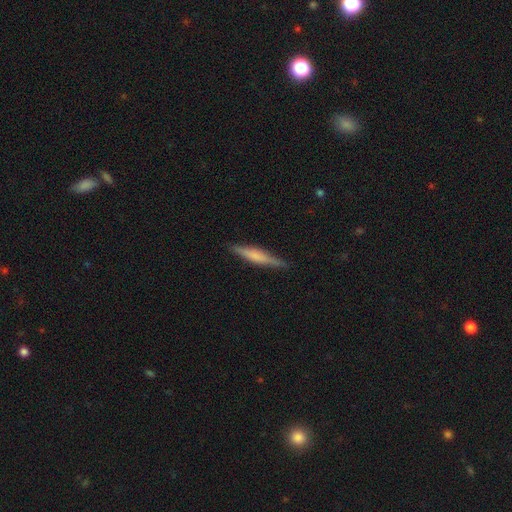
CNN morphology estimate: A featured or disk galaxy (49%).

Vote fractions:
- Smooth or featured? featured or disk: 49% / smooth: 45% / star or artifact: 6%
- Merging? none: 88% / minor disturbance: 9% / major disturbance: 2% / merger: 1%